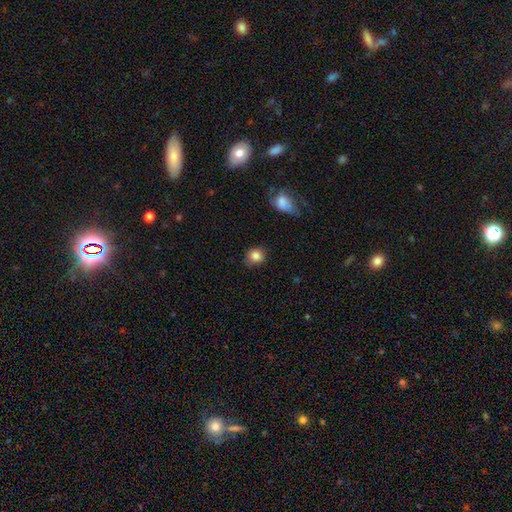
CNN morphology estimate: Smooth or featured?
  - smooth: 85% *
  - star or artifact: 10%
  - featured or disk: 6%
How rounded?
  - round: 74% *
  - in between: 25%
  - cigar-shaped: 1%
Merging?
  - none: 75% *
  - minor disturbance: 19%
  - major disturbance: 4%
  - merger: 2%